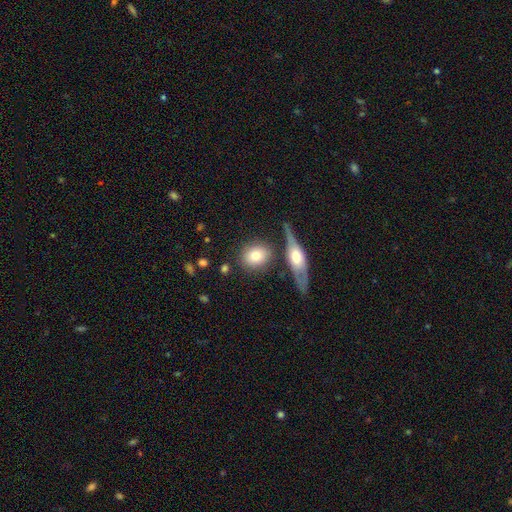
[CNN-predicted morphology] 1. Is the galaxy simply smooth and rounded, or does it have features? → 76% smooth, 17% featured or disk, 7% star or artifact.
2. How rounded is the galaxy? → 60% round, 36% in between, 4% cigar-shaped.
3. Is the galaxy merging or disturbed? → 71% none, 13% merger, 12% minor disturbance, 4% major disturbance.